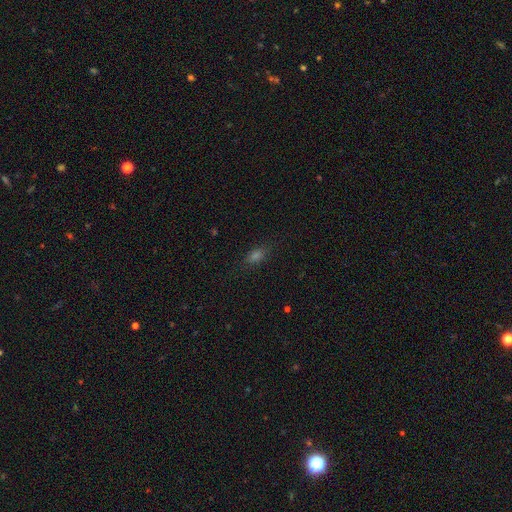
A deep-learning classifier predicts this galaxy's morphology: Smooth or featured: smooth — 66% (star or artifact — 23%)
How rounded: in between — 74% (cigar-shaped — 13%)
Merging: none — 81% (minor disturbance — 13%)